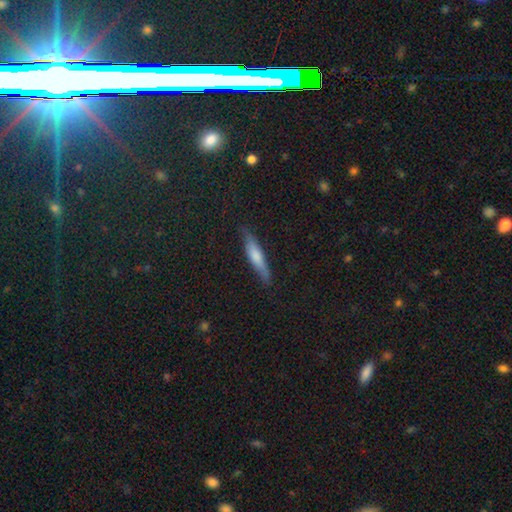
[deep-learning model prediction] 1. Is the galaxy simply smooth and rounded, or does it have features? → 53% smooth, 38% featured or disk, 8% star or artifact.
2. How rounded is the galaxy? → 88% cigar-shaped, 11% in between, 2% round.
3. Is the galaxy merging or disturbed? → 85% none, 12% minor disturbance, 2% major disturbance, 1% merger.